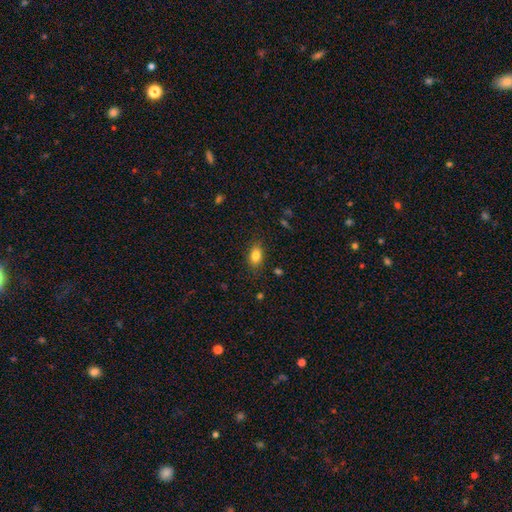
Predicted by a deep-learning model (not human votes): Smooth or featured: smooth — 83% (star or artifact — 9%)
How rounded: in between — 82% (round — 15%)
Merging: none — 83% (minor disturbance — 13%)